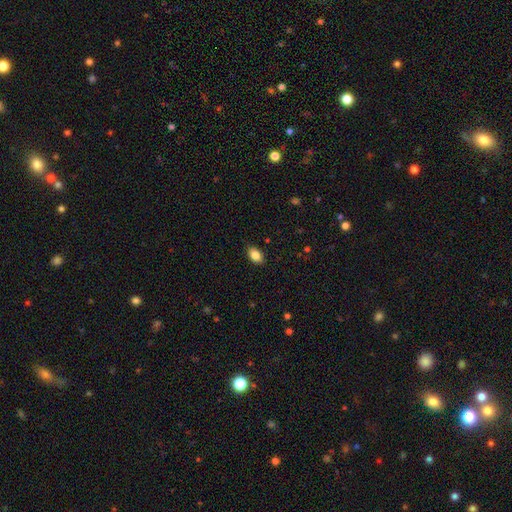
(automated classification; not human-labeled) Overall: smooth (84%). How rounded: in between (88%). Merging: none (85%).